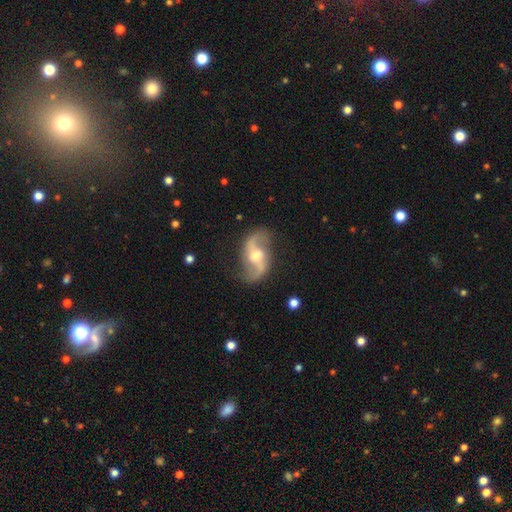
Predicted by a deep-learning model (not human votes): Smooth or featured? Predicted: featured or disk (p=0.90). Edge-on disk? Predicted: no (p=0.97). Bar? Predicted: weak (p=0.42). Spiral arms? Predicted: yes (p=0.96). Spiral winding? Predicted: loose (p=0.71). Spiral arm count? Predicted: 2 (p=0.94). Bulge size? Predicted: moderate (p=0.64). Merging? Predicted: none (p=0.82).